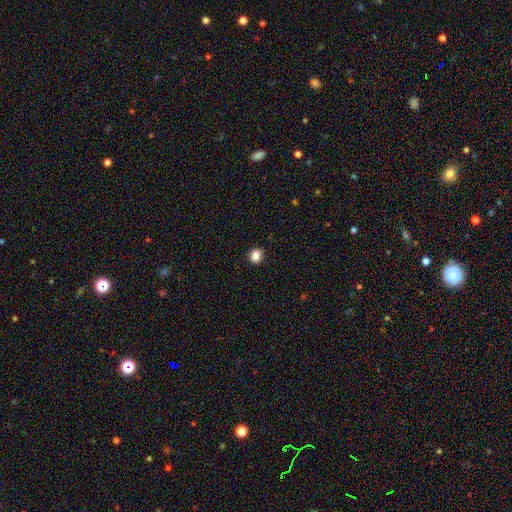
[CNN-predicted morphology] Smooth or featured: smooth — 87% (star or artifact — 10%)
How rounded: round — 83% (in between — 16%)
Merging: none — 92% (minor disturbance — 5%)